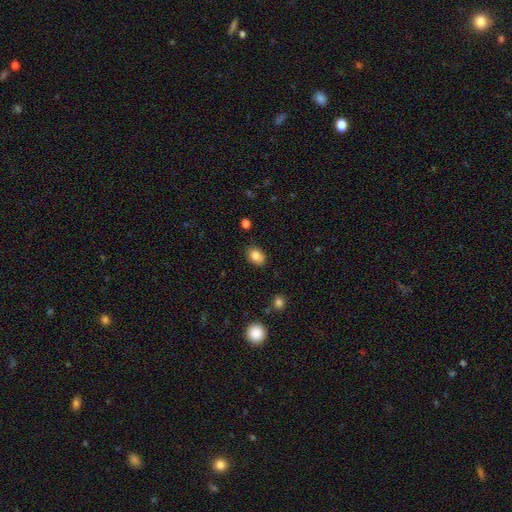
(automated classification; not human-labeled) A smooth galaxy with no disk features (82%) that is in between round and cigar-shaped (64%).

Vote fractions:
- Smooth or featured? smooth: 82% / star or artifact: 10% / featured or disk: 8%
- How rounded? in between: 64% / round: 35% / cigar-shaped: 1%
- Merging? none: 73% / minor disturbance: 19% / merger: 4% / major disturbance: 4%